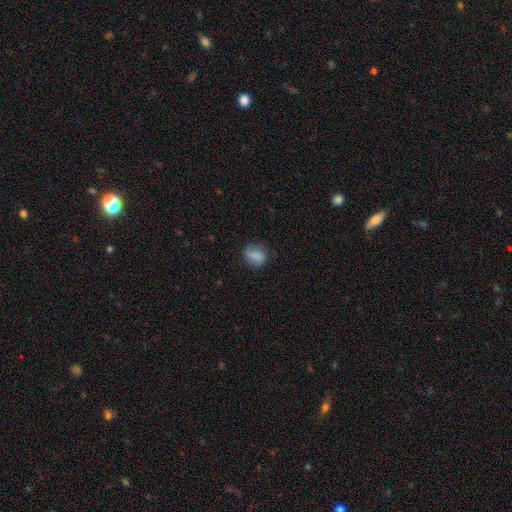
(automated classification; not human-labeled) Smooth or featured? Predicted: smooth (p=0.79). How rounded? Predicted: in between (p=0.53). Merging? Predicted: none (p=0.69).